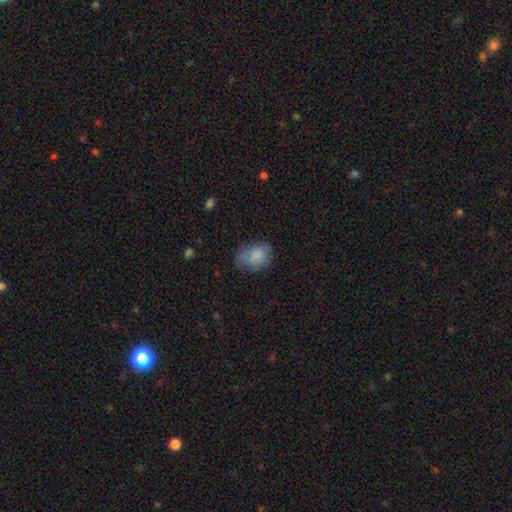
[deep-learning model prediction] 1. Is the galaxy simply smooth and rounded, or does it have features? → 81% smooth, 11% featured or disk, 8% star or artifact.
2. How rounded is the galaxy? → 68% in between, 31% round, 1% cigar-shaped.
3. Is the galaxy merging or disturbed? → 62% none, 27% minor disturbance, 10% major disturbance, 2% merger.